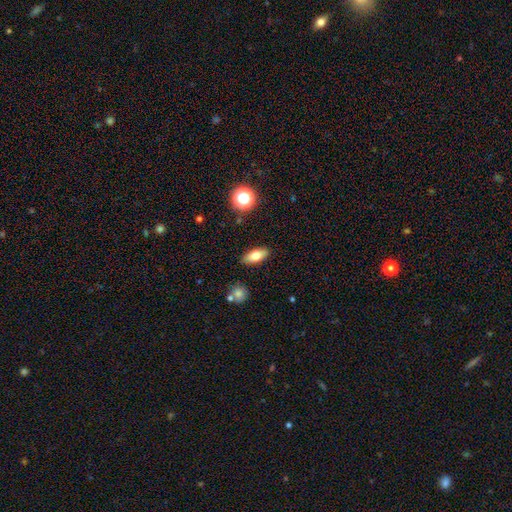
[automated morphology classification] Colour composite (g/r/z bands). It shows a smooth galaxy with no disk features (76%) that is in between round and cigar-shaped (82%). Merging: none (87%).